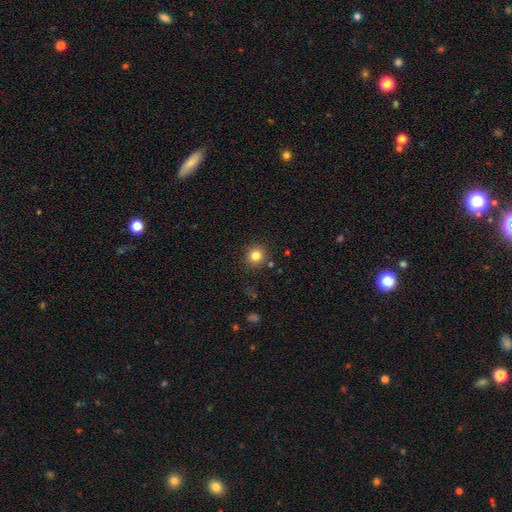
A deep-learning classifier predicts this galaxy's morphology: Overall: smooth (82%). How rounded: round (92%). Merging: none (89%).